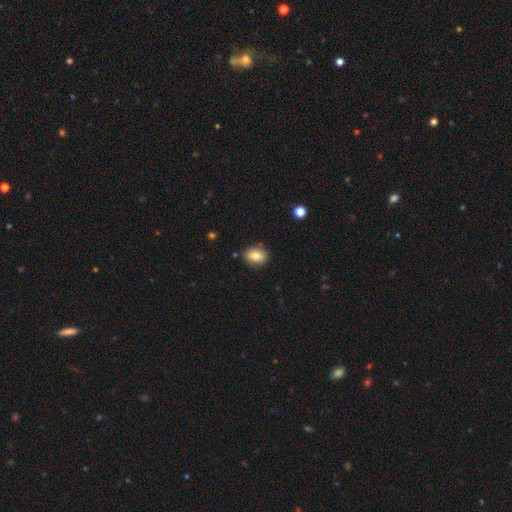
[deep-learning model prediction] Q: Smooth or featured?
A: smooth (82%); runner-up: star or artifact (9%)
Q: How rounded?
A: in between (67%); runner-up: round (32%)
Q: Merging?
A: none (83%); runner-up: minor disturbance (12%)